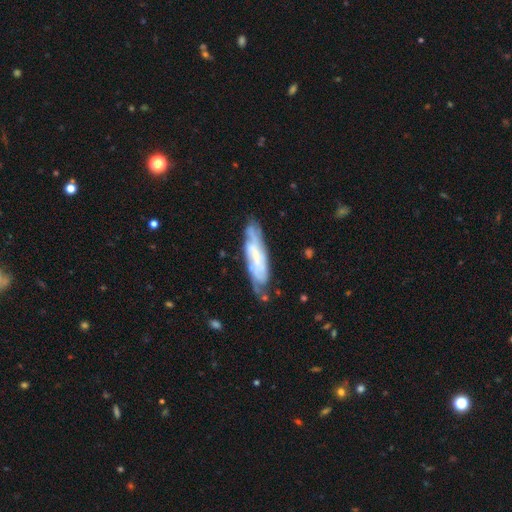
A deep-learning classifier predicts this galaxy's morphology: Smooth or featured? Predicted: featured or disk (p=0.71). Edge-on disk? Predicted: no (p=0.73). Bar? Predicted: no (p=0.52). Spiral arms? Predicted: yes (p=0.88). Bulge size? Predicted: small (p=0.66). Merging? Predicted: none (p=0.70).